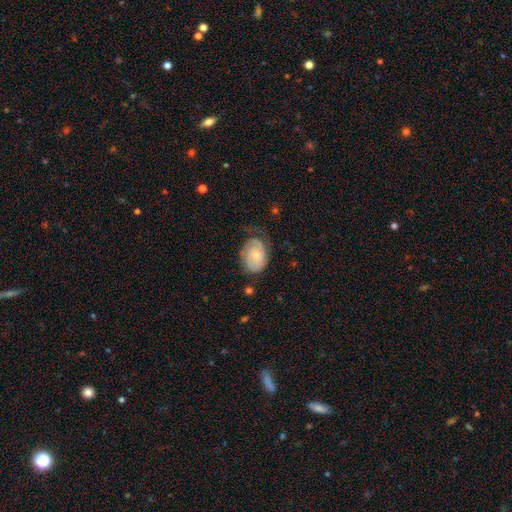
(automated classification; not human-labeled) Smooth or featured? featured or disk (48%)
Merging? none (48%)